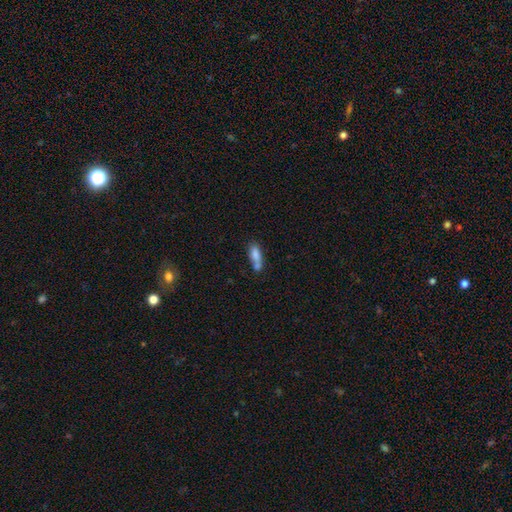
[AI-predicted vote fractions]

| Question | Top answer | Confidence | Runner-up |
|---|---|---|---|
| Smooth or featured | smooth | 78% | featured or disk (13%) |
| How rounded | in between | 67% | cigar-shaped (30%) |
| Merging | none | 38% | tied: merger (38%) |